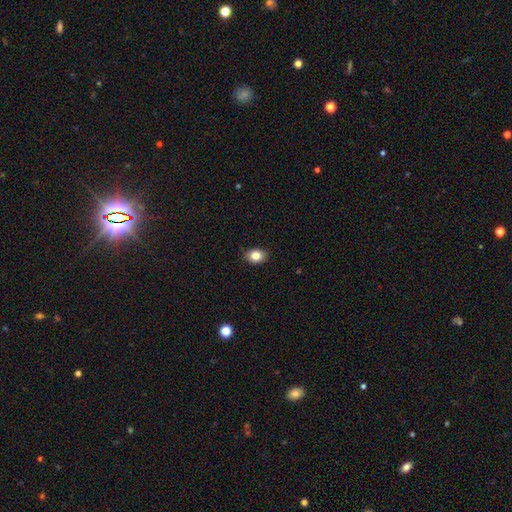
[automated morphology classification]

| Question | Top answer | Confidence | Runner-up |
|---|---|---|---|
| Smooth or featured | smooth | 84% | star or artifact (9%) |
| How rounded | in between | 66% | round (32%) |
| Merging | none | 88% | minor disturbance (10%) |